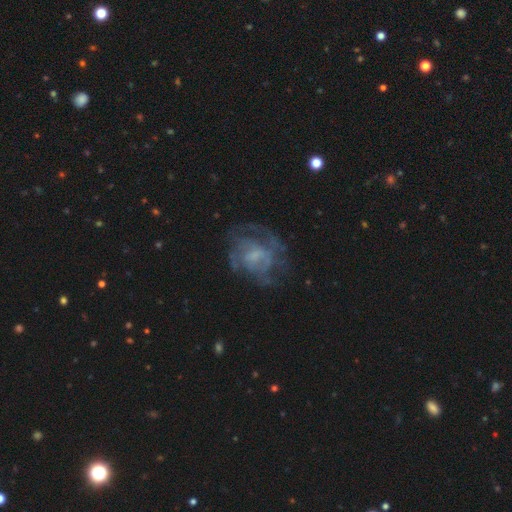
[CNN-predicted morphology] A featured or disk galaxy (67%) with no bar (65%), spiral arms (55%) and a small central bulge (37%).

Vote fractions:
- Smooth or featured? featured or disk: 67% / smooth: 22% / star or artifact: 11%
- Edge-on disk? no: 97% / yes: 3%
- Bar? no: 65% / weak: 30% / strong: 5%
- Spiral arms? yes: 55% / no: 45%
- Bulge size? small: 37% / none: 32% / moderate: 25% / large: 5% / dominant: 1%
- Merging? none: 56% / major disturbance: 23% / minor disturbance: 19% / merger: 2%